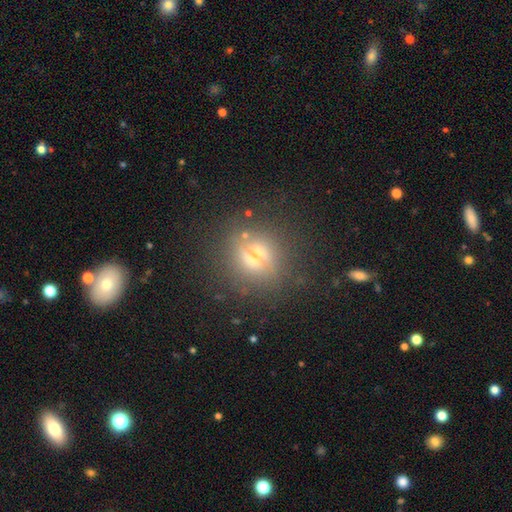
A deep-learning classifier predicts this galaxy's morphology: smooth_or_featured: featured or disk (p=0.48) [alt: smooth p=0.33]
merging: none (p=0.59) [alt: minor disturbance p=0.16]